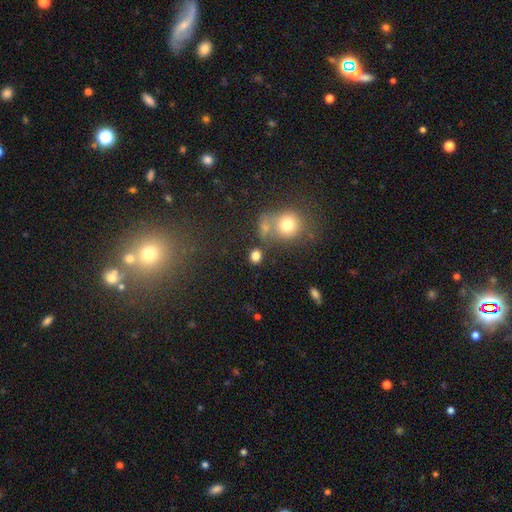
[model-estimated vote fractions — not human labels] Smooth or featured? smooth (80%)
How rounded? round (71%)
Merging? none (73%)